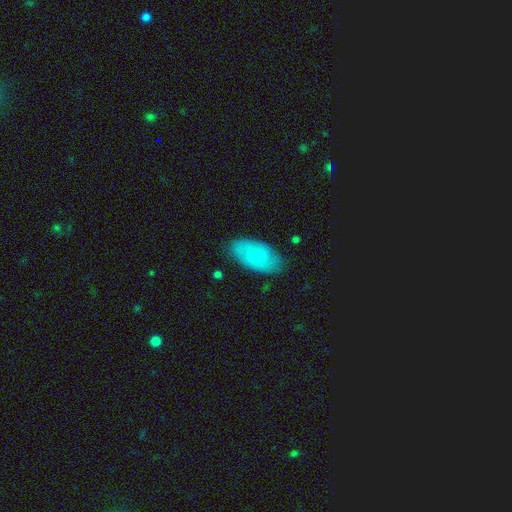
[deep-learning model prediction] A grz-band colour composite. It shows a smooth galaxy with no disk features (60%) that is in between round and cigar-shaped (93%). Merging: none (78%).